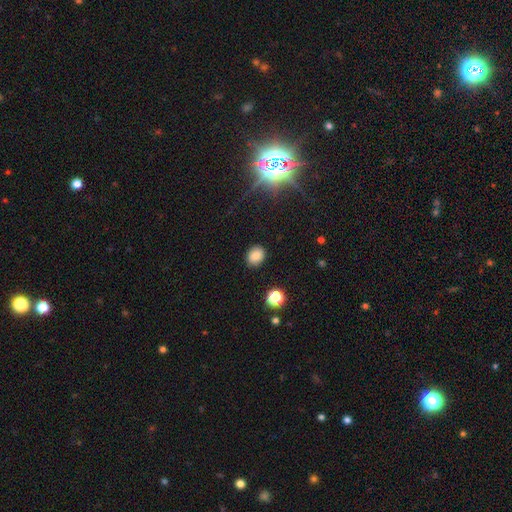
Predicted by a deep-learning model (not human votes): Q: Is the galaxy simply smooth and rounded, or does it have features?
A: smooth — 82%.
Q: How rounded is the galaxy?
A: round — 58%.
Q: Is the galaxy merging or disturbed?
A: none — 87%.